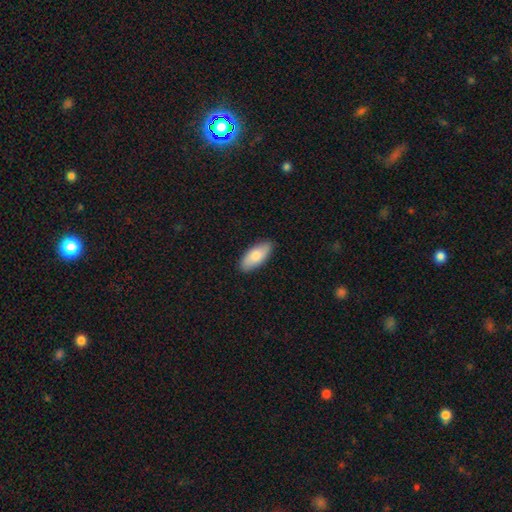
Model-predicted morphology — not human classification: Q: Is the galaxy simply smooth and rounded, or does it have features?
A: smooth — 80%.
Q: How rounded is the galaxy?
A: in between — 87%.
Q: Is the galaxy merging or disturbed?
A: none — 88%.